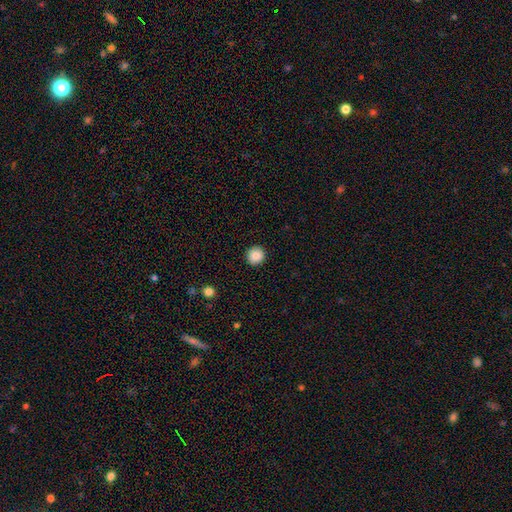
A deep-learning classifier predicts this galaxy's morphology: A smooth galaxy with no disk features (87%) that is round (91%). Merging: none (91%).